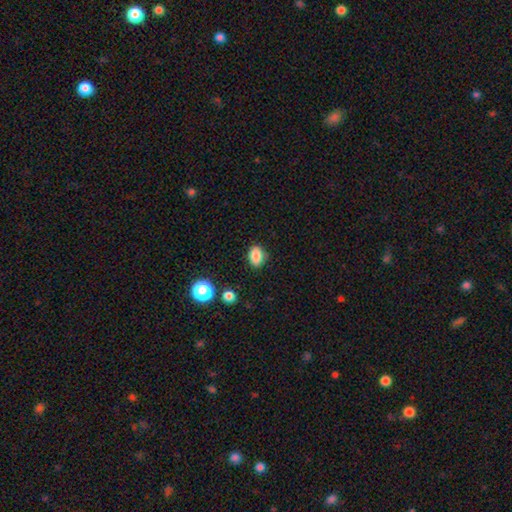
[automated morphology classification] smooth_or_featured: smooth (p=0.85) [alt: star or artifact p=0.10]
how_rounded: in between (p=0.72) [alt: round p=0.27]
merging: none (p=0.81) [alt: minor disturbance p=0.14]